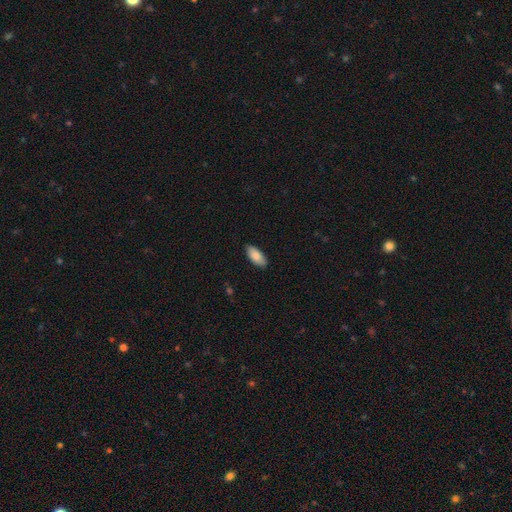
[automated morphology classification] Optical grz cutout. It shows a smooth galaxy with no disk features (87%) that is in between round and cigar-shaped (89%). Merging: none (86%).